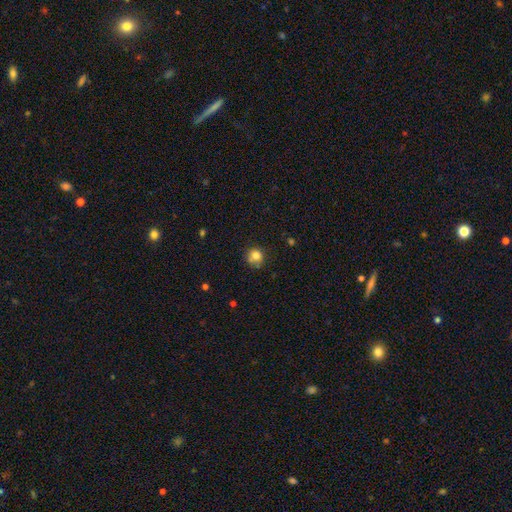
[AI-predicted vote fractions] Smooth or featured? smooth (79%)
How rounded? round (86%)
Merging? none (67%)